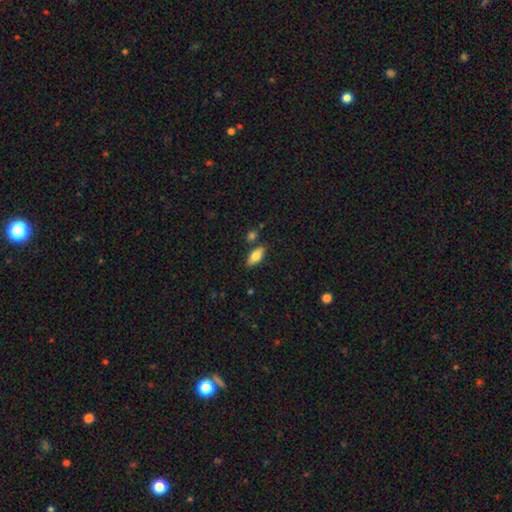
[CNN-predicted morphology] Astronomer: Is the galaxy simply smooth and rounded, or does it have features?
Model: smooth — 76%.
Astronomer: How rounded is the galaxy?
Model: in between — 84%.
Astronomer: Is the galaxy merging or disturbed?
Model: none — 81%.